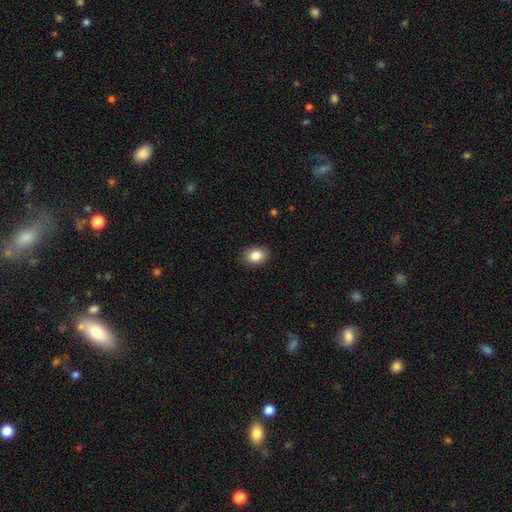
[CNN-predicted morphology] A smooth galaxy with no disk features (86%) that is in between round and cigar-shaped (72%). Merging: none (88%).